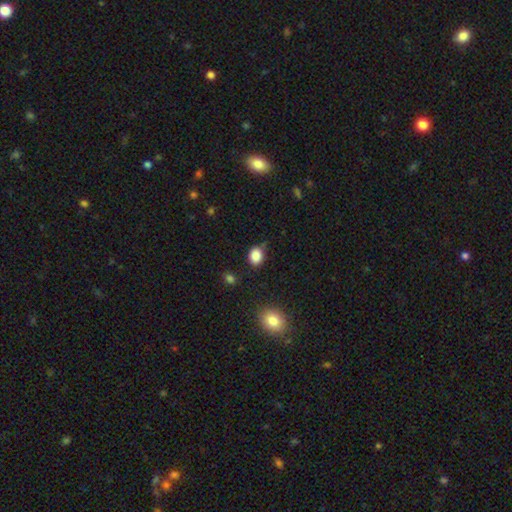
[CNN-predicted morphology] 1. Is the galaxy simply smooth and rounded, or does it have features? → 84% smooth, 11% star or artifact, 5% featured or disk.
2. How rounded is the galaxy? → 54% round, 45% in between, 1% cigar-shaped.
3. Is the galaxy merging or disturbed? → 70% none, 23% minor disturbance, 4% major disturbance, 3% merger.